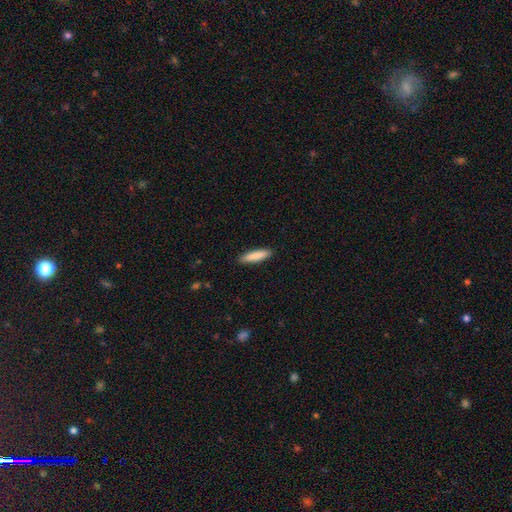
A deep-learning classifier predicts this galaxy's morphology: Overall: smooth (87%). How rounded: cigar-shaped (81%). Merging: none (90%).